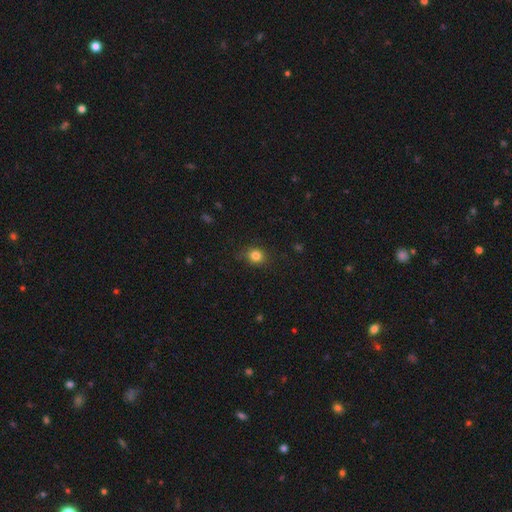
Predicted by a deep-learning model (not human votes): The model was most divided on "how rounded": round: 71%, in between: 28%, cigar-shaped: 1%. More confident: smooth or featured — smooth (82%); merging — none (81%).